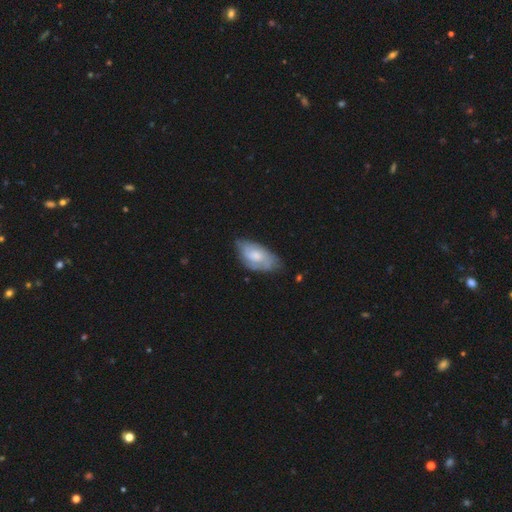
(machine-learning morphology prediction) Smooth or featured: featured or disk — 47% (tied with smooth — 47%)
Merging: none — 57% (minor disturbance — 32%)